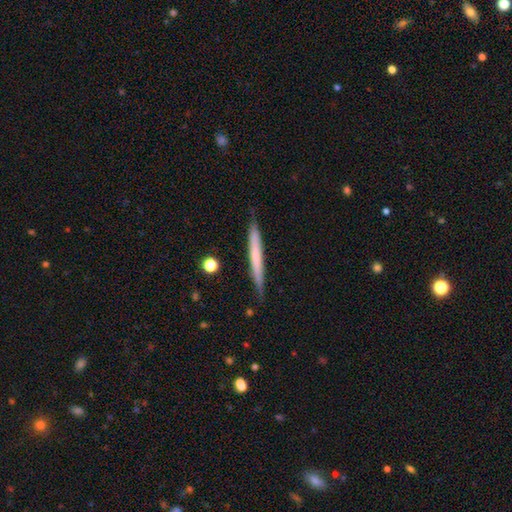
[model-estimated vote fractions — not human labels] The model was most divided on "smooth or featured": smooth: 55%, featured or disk: 40%, star or artifact: 6%. More confident: how rounded — cigar-shaped (96%); merging — none (84%).